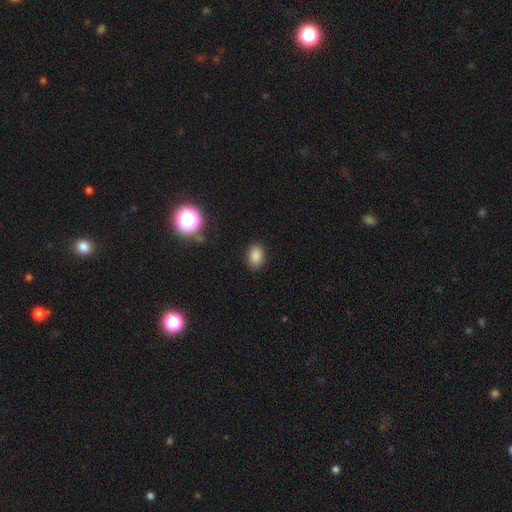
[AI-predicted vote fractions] Morphology: type=smooth (84%); roundness=in between (78%); merging=none (87%).